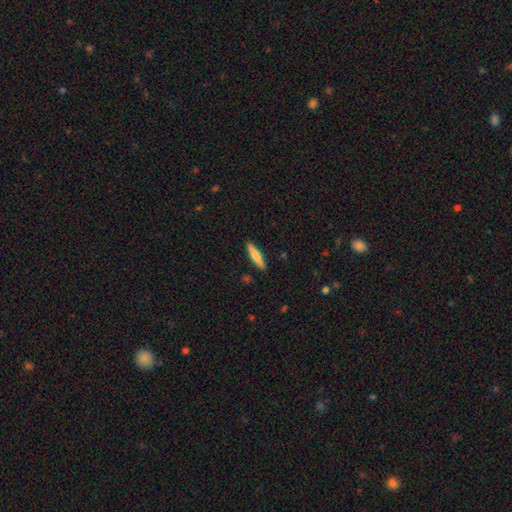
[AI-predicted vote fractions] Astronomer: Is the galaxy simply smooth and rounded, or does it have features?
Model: smooth — 62%.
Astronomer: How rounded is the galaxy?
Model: cigar-shaped — 84%.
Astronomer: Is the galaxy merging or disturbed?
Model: none — 90%.